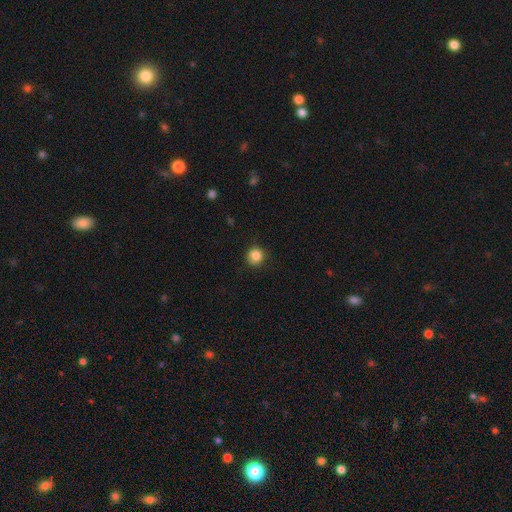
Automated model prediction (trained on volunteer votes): The model was most divided on "smooth or featured": smooth: 86%, star or artifact: 10%, featured or disk: 4%. More confident: how rounded — round (92%); merging — none (87%).